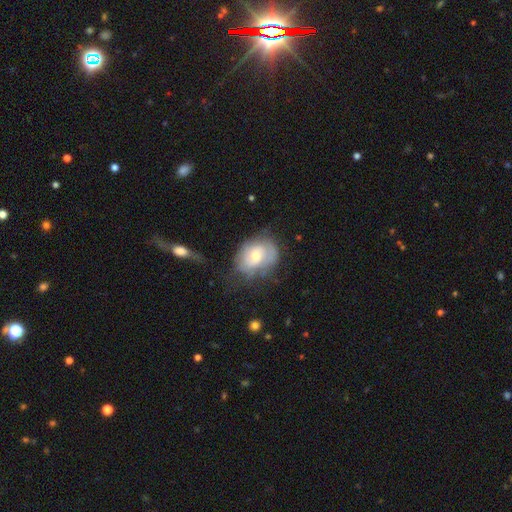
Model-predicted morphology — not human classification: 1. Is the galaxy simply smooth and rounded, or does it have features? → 55% featured or disk, 38% smooth, 7% star or artifact.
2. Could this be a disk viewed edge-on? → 95% no, 5% yes.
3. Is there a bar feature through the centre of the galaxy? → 72% no, 23% weak, 5% strong.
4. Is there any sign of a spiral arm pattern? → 63% yes, 37% no.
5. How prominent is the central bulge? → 65% moderate, 26% small, 6% large, 1% none, 1% dominant.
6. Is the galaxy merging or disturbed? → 50% none, 28% minor disturbance, 18% major disturbance, 3% merger.